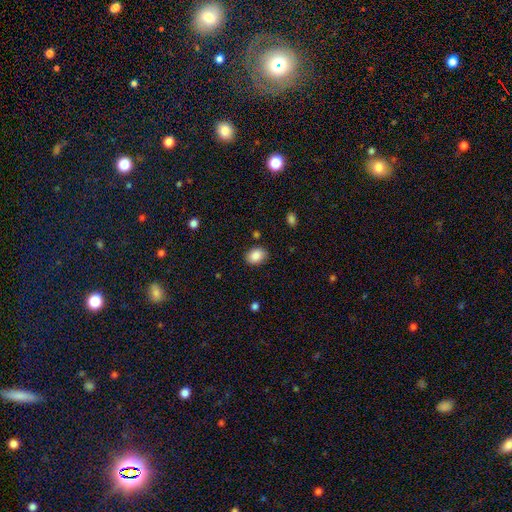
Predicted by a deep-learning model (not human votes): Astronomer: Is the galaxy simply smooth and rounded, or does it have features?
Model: smooth — 87%.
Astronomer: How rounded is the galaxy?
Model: in between — 65%.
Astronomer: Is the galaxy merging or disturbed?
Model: none — 86%.